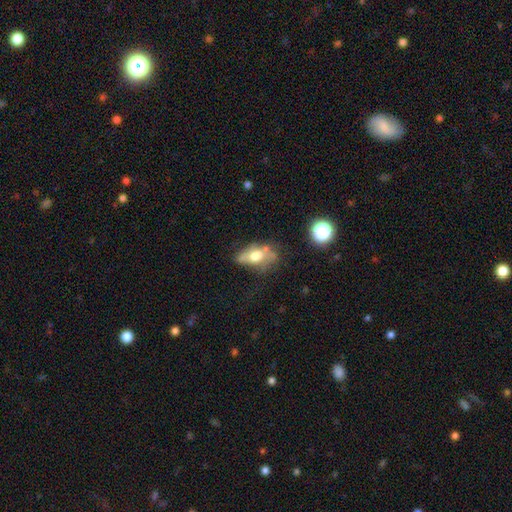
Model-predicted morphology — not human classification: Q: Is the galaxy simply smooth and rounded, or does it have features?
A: smooth — 53%.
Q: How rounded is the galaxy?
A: in between — 80%.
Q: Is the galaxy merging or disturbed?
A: none — 40%.